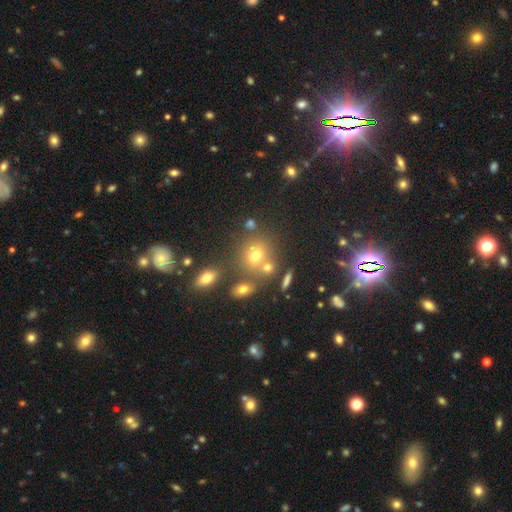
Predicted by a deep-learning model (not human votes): The model was most divided on "smooth or featured": smooth: 62%, star or artifact: 22%, featured or disk: 16%. More confident: how rounded — round (75%); merging — none (65%).